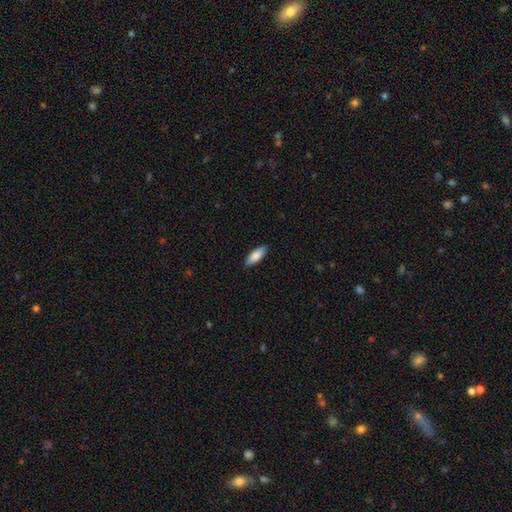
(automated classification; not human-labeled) The model was most divided on "how rounded": in between: 65%, cigar-shaped: 34%, round: 2%. More confident: merging — none (89%); smooth or featured — smooth (84%).